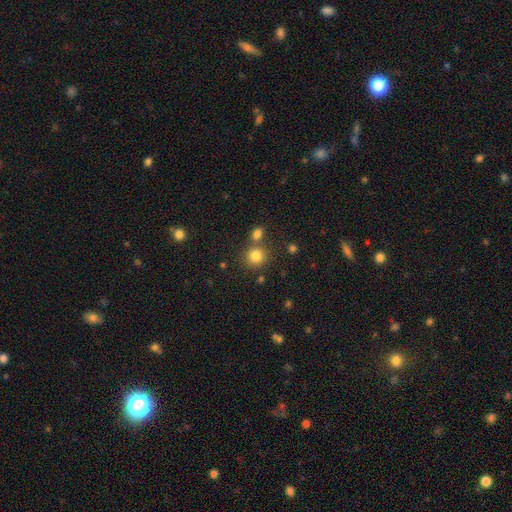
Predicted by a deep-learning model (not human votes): smooth 81%, star or artifact 13%, featured or disk 6%. Down the decision tree: how rounded — round (86%); merging — none (68%).